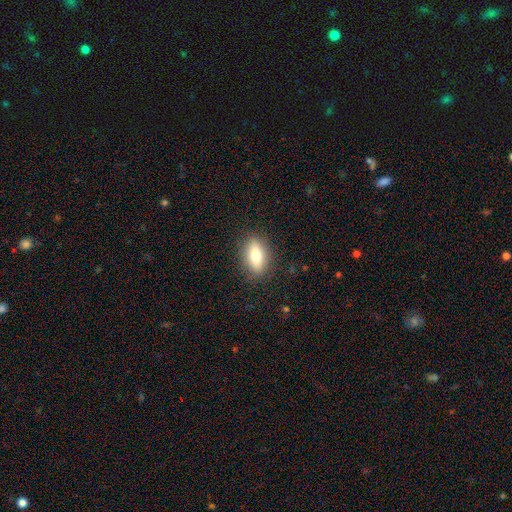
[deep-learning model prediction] Morphology: type=smooth (75%); roundness=in between (81%); merging=none (86%).